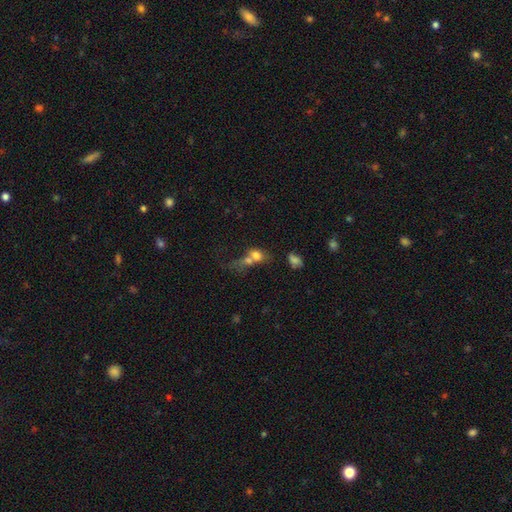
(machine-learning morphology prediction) Smooth or featured: smooth — 68% (featured or disk — 20%)
How rounded: in between — 55% (round — 40%)
Merging: merger — 65% (none — 17%)